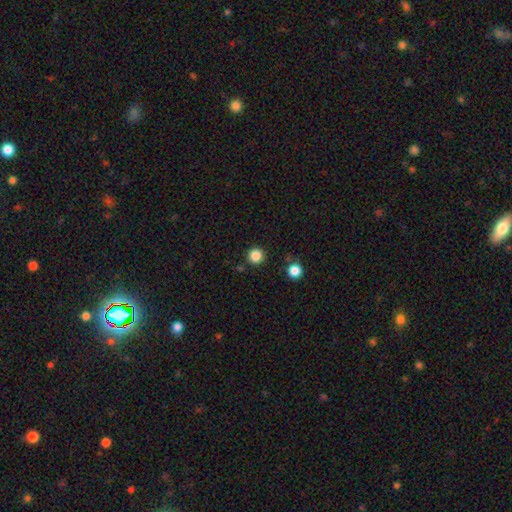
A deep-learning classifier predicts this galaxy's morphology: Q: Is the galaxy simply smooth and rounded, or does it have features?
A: smooth — 85%.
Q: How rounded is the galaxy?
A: round — 96%.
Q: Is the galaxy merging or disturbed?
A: none — 89%.